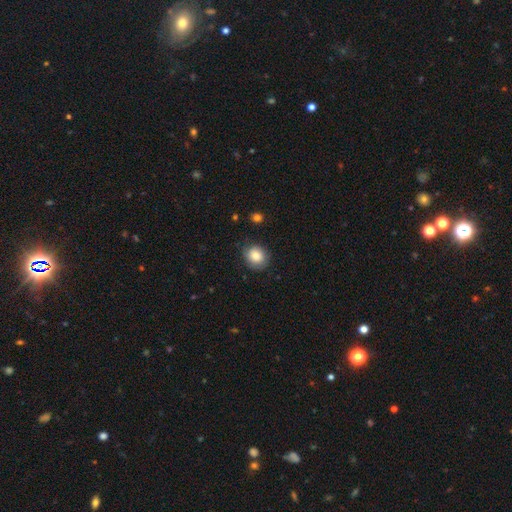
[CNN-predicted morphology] A smooth galaxy with no disk features (84%) that is round (71%).

Vote fractions:
- Smooth or featured? smooth: 84% / featured or disk: 8% / star or artifact: 8%
- How rounded? round: 71% / in between: 28% / cigar-shaped: 1%
- Merging? none: 79% / minor disturbance: 16% / major disturbance: 3% / merger: 1%